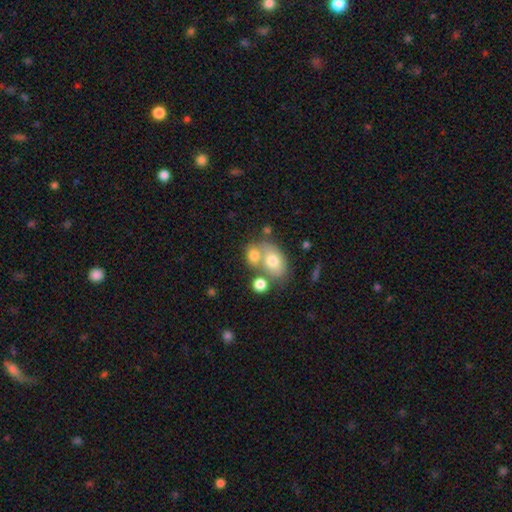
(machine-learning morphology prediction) This is likely a smooth galaxy (67%). How rounded: likely in between (70%). Merging: marginally merger (42%).